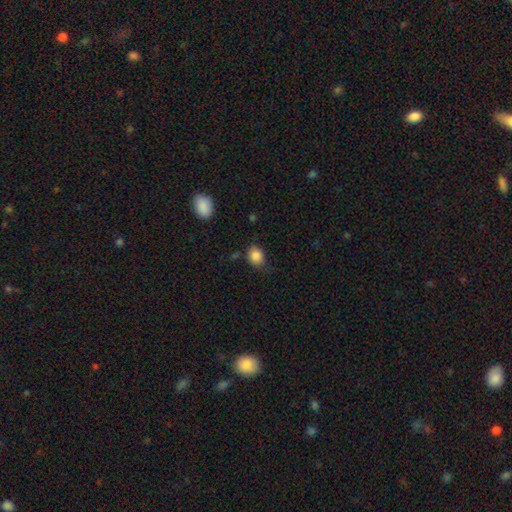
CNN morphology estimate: Smooth or featured? smooth (86%)
How rounded? round (56%)
Merging? none (68%)